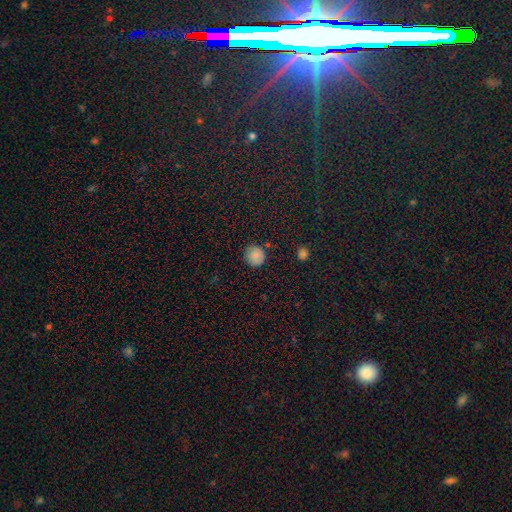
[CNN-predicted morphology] This is clearly a smooth galaxy (83%). How rounded: clearly round (89%). Merging: clearly none (85%).